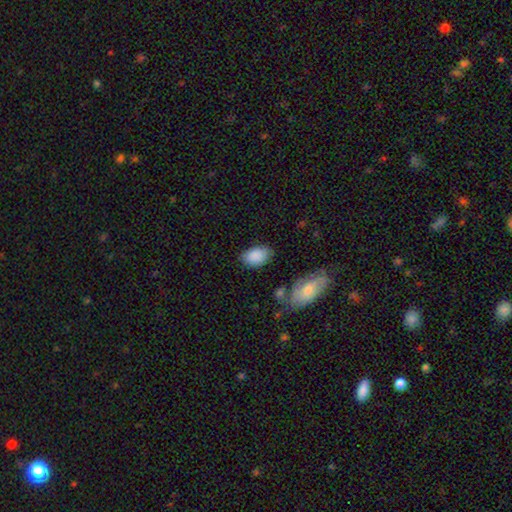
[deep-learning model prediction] smooth_or_featured: smooth (p=0.88) [alt: star or artifact p=0.07]
how_rounded: in between (p=0.90) [alt: round p=0.09]
merging: none (p=0.74) [alt: minor disturbance p=0.18]